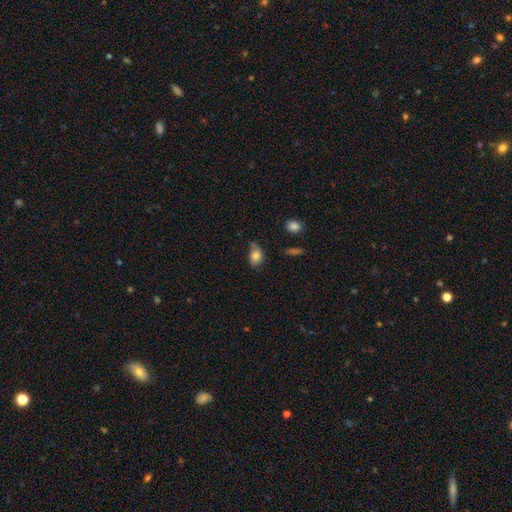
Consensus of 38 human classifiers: Smooth or featured: smooth — 82% (featured or disk — 13%)
How rounded: in between — 71% (round — 26%)
Merging: minor disturbance — 64% (none — 25%)